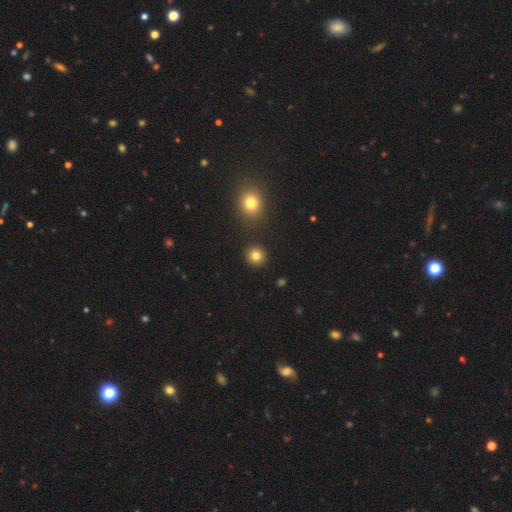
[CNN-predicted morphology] Smooth or featured? smooth (82%)
How rounded? round (94%)
Merging? none (90%)